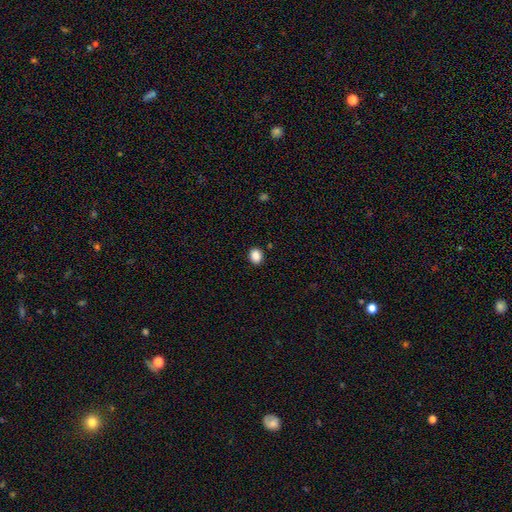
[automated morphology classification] Smooth or featured?
  - smooth: 88% *
  - star or artifact: 10%
  - featured or disk: 3%
How rounded?
  - round: 53% *
  - in between: 46%
  - cigar-shaped: 1%
Merging?
  - none: 90% *
  - minor disturbance: 7%
  - major disturbance: 2%
  - merger: 1%